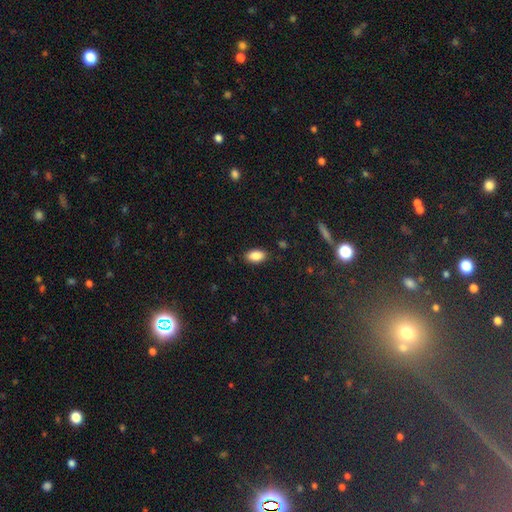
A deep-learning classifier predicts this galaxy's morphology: This appears to be a smooth galaxy with no disk features (87%) that is in between round and cigar-shaped (92%). Merging: none (86%).